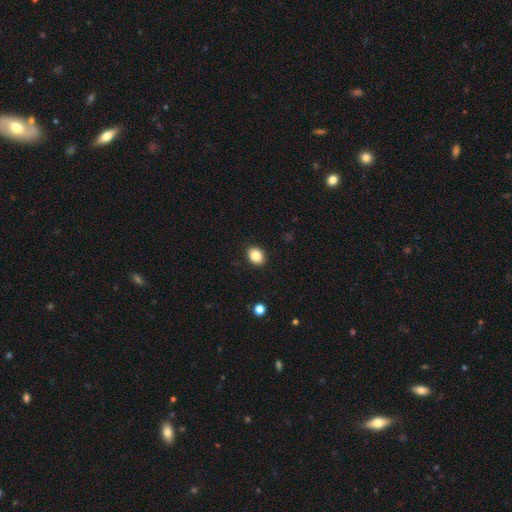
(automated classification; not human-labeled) The model was most divided on "how rounded": in between: 64%, round: 35%, cigar-shaped: 1%. More confident: merging — none (89%); smooth or featured — smooth (87%).